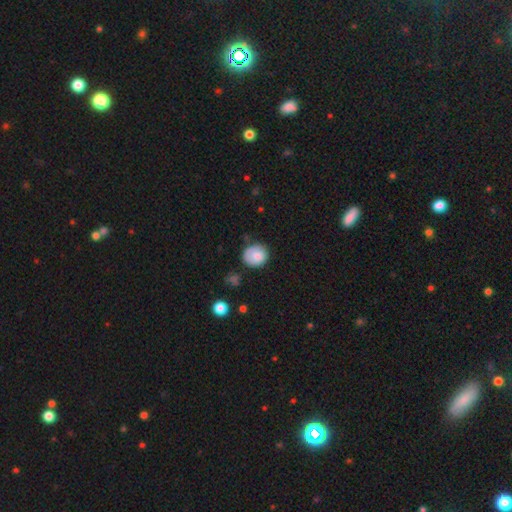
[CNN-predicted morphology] Q: Smooth or featured?
A: smooth (80%); runner-up: featured or disk (13%)
Q: How rounded?
A: round (76%); runner-up: in between (23%)
Q: Merging?
A: none (69%); runner-up: minor disturbance (23%)